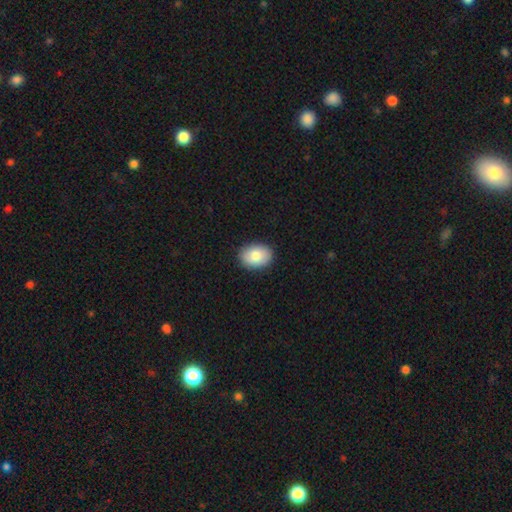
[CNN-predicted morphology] Smooth or featured? Predicted: smooth (p=0.82). How rounded? Predicted: in between (p=0.74). Merging? Predicted: none (p=0.89).